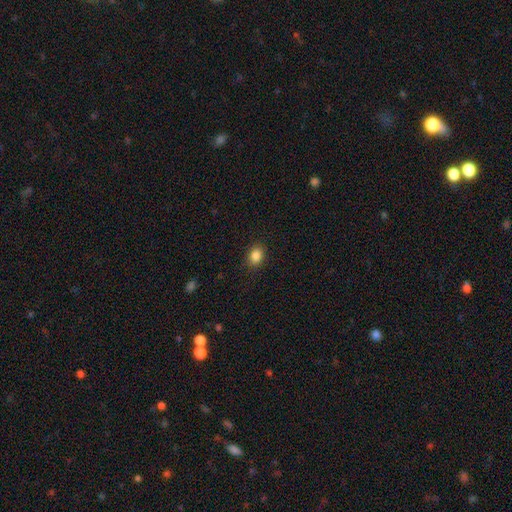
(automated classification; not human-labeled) This is clearly a smooth galaxy (86%). How rounded: possibly in between (57%). Merging: clearly none (88%).